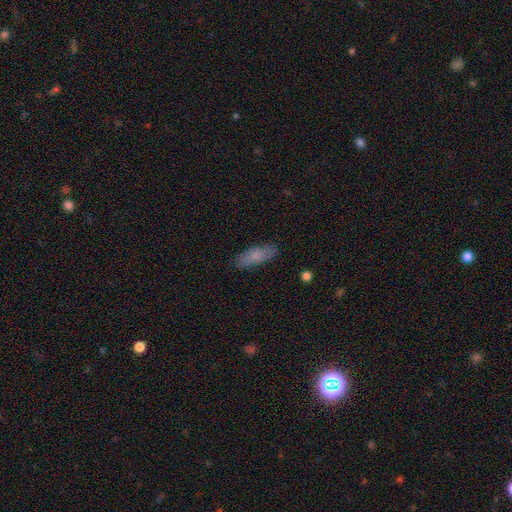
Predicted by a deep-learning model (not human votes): Smooth or featured? smooth (80%)
How rounded? in between (53%)
Merging? none (85%)